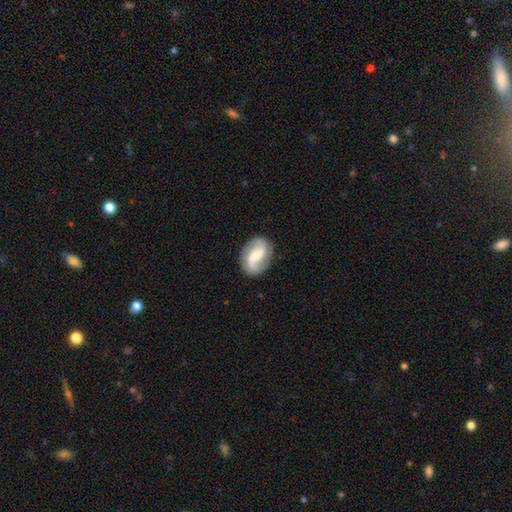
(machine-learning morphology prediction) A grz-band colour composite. It shows a featured or disk galaxy (77%) with a weak bar (46%), 2 (89%) medium (41%) spiral arms (94%) and a small central bulge (42%). Merging: none (82%).